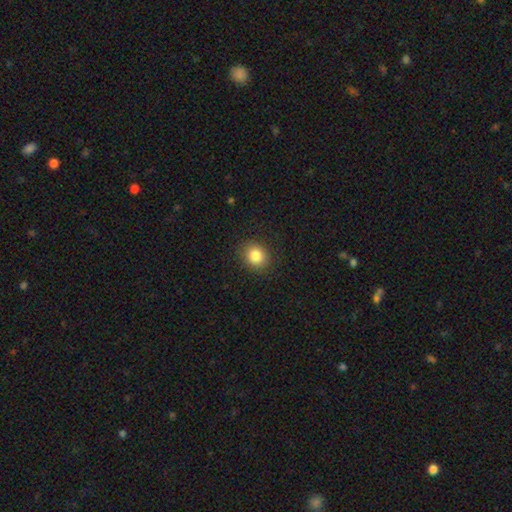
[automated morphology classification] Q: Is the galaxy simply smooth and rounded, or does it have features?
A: smooth — 84%.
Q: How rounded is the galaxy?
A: round — 74%.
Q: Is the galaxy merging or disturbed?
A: none — 89%.